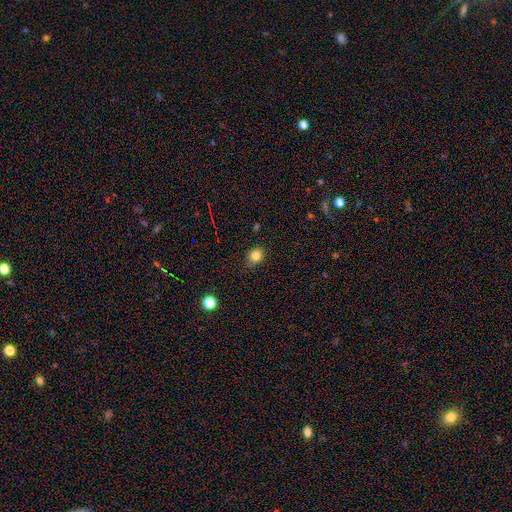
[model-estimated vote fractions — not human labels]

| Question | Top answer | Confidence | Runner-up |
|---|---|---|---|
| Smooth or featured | smooth | 81% | star or artifact (12%) |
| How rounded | round | 60% | in between (39%) |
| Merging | none | 79% | minor disturbance (17%) |